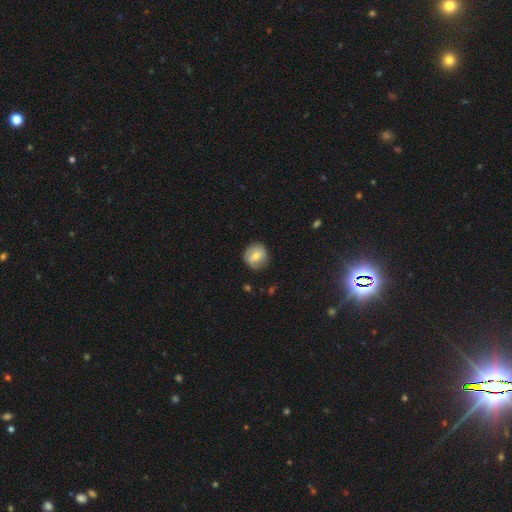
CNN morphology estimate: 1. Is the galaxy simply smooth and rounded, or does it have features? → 56% smooth, 36% featured or disk, 8% star or artifact.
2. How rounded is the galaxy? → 86% round, 12% in between, 1% cigar-shaped.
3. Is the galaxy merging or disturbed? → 79% none, 15% minor disturbance, 4% major disturbance, 1% merger.